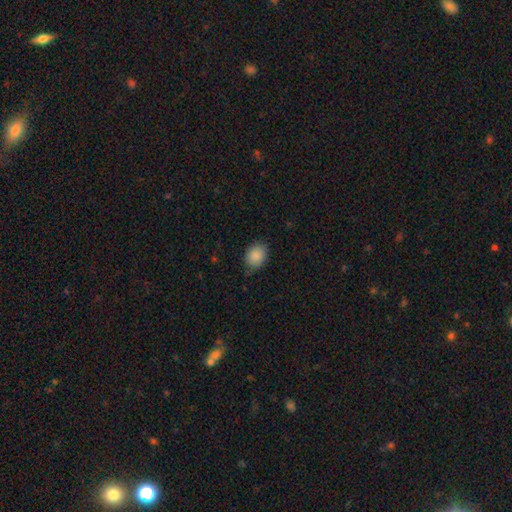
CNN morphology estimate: smooth-or-featured: smooth: 88% | star or artifact: 8% | featured or disk: 4%
  how-rounded: round: 50% | in between: 49% | cigar-shaped: 1%
  merging: none: 79% | minor disturbance: 17% | major disturbance: 3% | merger: 1%